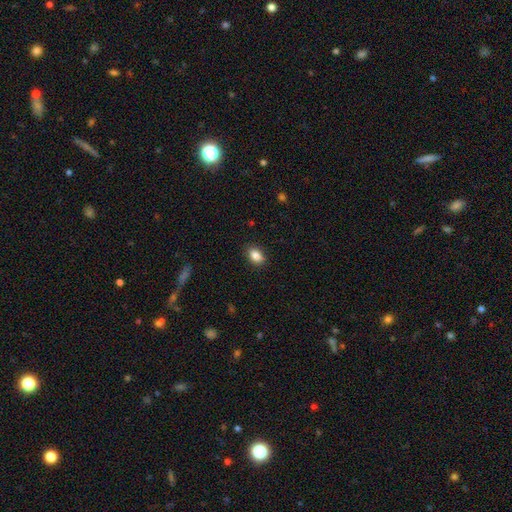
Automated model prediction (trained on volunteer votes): smooth_or_featured: smooth (p=0.86) [alt: star or artifact p=0.09]
how_rounded: in between (p=0.81) [alt: round p=0.17]
merging: none (p=0.88) [alt: minor disturbance p=0.09]